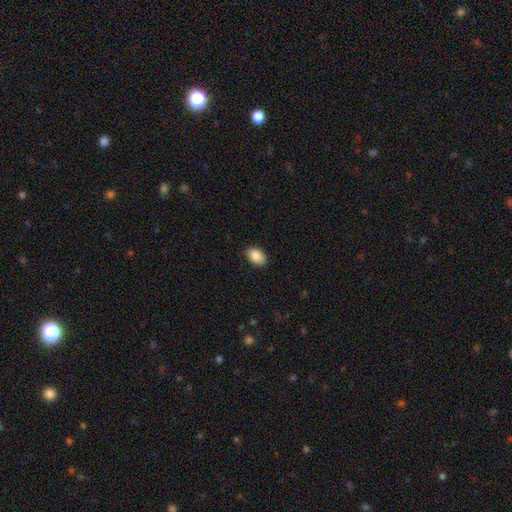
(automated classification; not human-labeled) Q: Smooth or featured?
A: smooth (87%); runner-up: star or artifact (7%)
Q: How rounded?
A: in between (90%); runner-up: round (9%)
Q: Merging?
A: none (88%); runner-up: minor disturbance (9%)